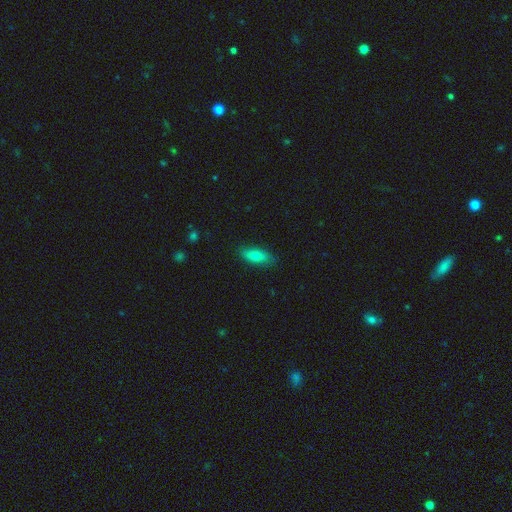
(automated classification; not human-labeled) This is likely a smooth galaxy (73%). How rounded: likely in between (72%). Merging: clearly none (84%).